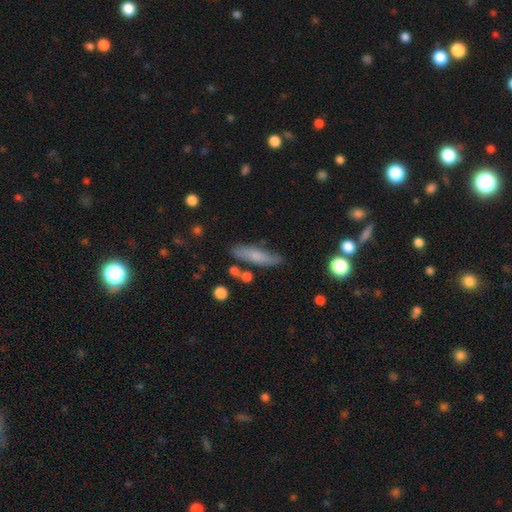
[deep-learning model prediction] This is likely a smooth galaxy (67%). How rounded: likely cigar-shaped (69%). Merging: likely none (73%).